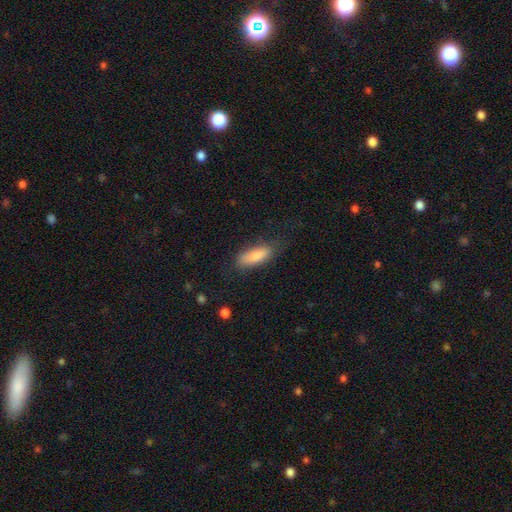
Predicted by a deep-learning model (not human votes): smooth 83%, featured or disk 11%, star or artifact 6%. Down the decision tree: how rounded — in between (66%); merging — none (73%).